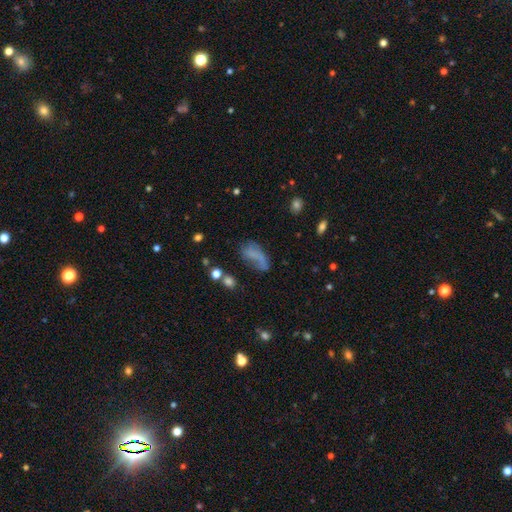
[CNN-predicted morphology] A smooth galaxy with no disk features (53%) that is in between round and cigar-shaped (82%). Merging: none (35%).